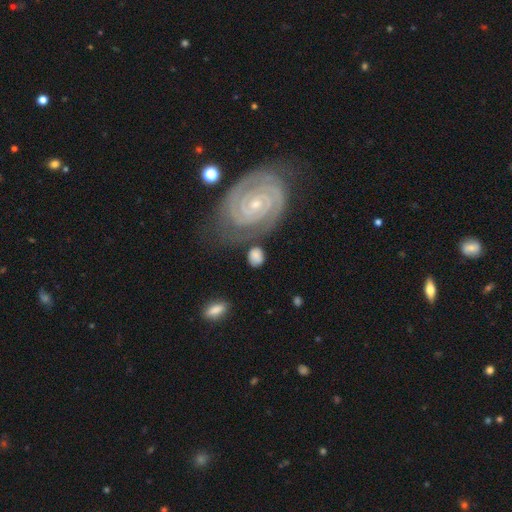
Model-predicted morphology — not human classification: The model was most divided on "smooth or featured": featured or disk: 51%, smooth: 42%, star or artifact: 8%. More confident: edge-on disk — no (96%); merging — none (66%).